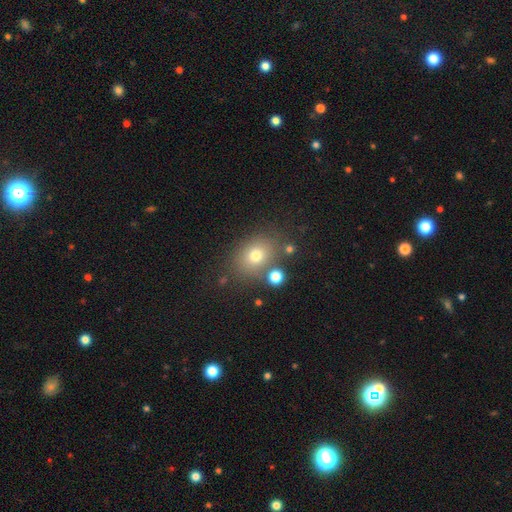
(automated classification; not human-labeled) smooth-or-featured: smooth: 74% | star or artifact: 14% | featured or disk: 13%
  how-rounded: in between: 57% | round: 42% | cigar-shaped: 1%
  merging: none: 75% | minor disturbance: 12% | merger: 8% | major disturbance: 5%